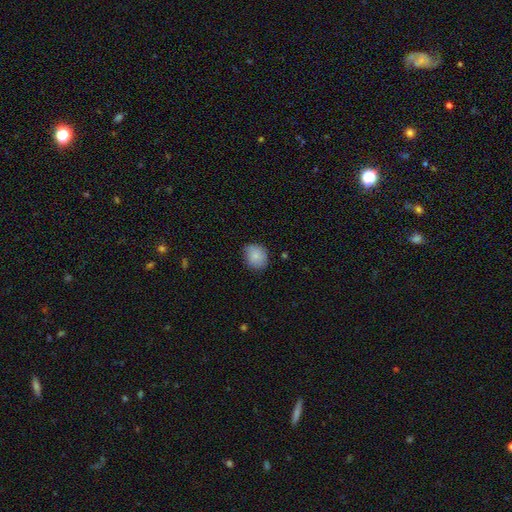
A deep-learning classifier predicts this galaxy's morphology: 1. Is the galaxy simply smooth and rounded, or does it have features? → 85% smooth, 8% star or artifact, 7% featured or disk.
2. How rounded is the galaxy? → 65% round, 34% in between, 1% cigar-shaped.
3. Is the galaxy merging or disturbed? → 74% none, 22% minor disturbance, 4% major disturbance, 1% merger.